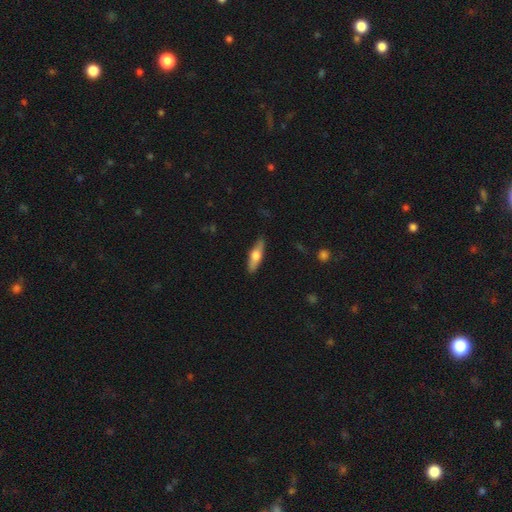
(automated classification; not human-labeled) Morphology: type=smooth (53%); roundness=cigar-shaped (61%); merging=none (87%).